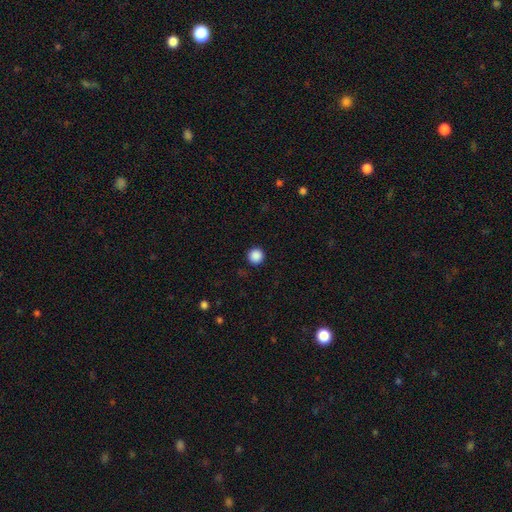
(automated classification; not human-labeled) Overall: smooth (88%). How rounded: round (96%). Merging: none (93%).